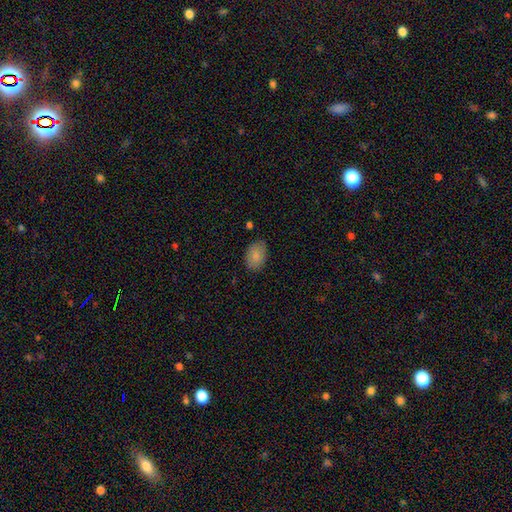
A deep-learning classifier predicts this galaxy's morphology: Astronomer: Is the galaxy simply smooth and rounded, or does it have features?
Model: smooth — 86%.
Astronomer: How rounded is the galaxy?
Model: in between — 87%.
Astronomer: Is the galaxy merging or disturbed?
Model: none — 81%.